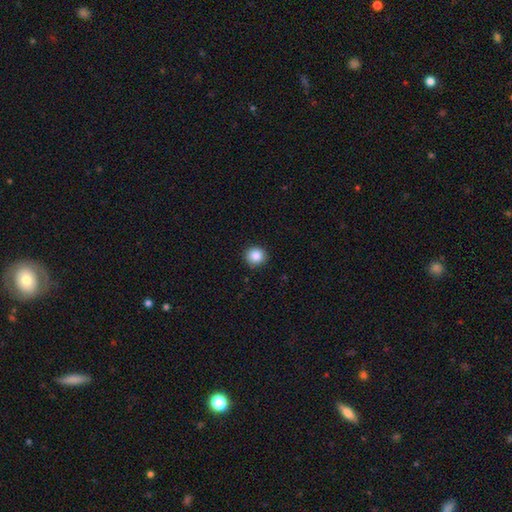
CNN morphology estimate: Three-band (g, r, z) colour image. It shows a smooth galaxy with no disk features (87%) that is round (92%). Merging: none (90%).